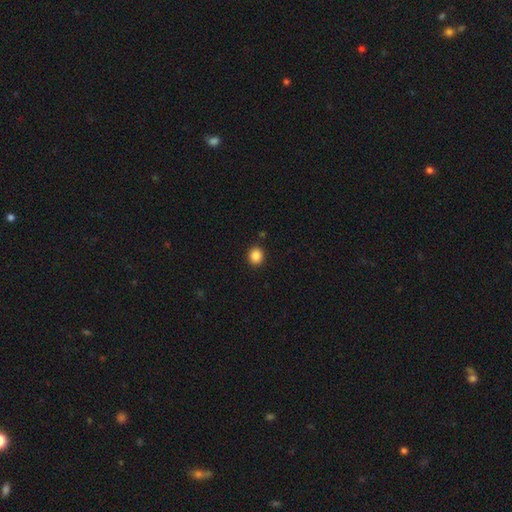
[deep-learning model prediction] Morphology: type=smooth (87%); roundness=round (81%); merging=none (91%).